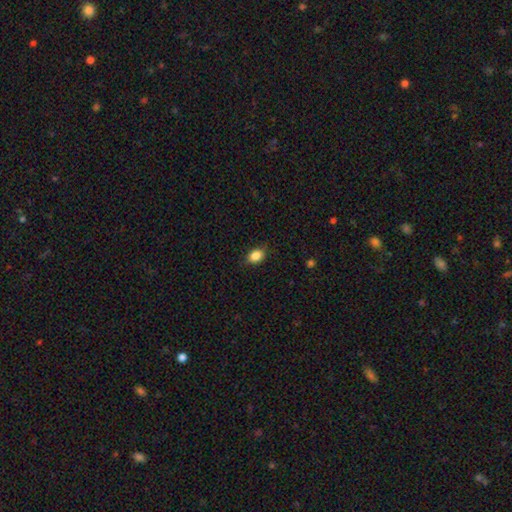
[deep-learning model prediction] A smooth galaxy with no disk features (85%) that is in between round and cigar-shaped (75%). Merging: none (83%).